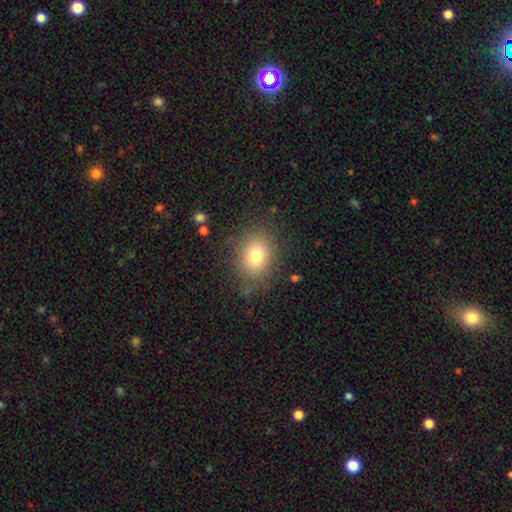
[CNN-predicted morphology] Q: Smooth or featured?
A: smooth (76%); runner-up: star or artifact (12%)
Q: How rounded?
A: round (51%); runner-up: in between (48%)
Q: Merging?
A: none (79%); runner-up: minor disturbance (14%)